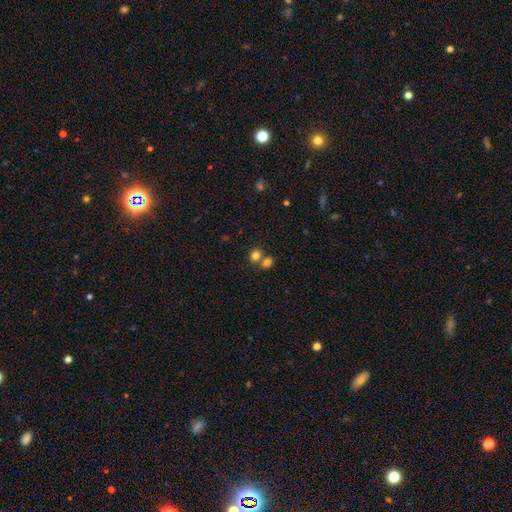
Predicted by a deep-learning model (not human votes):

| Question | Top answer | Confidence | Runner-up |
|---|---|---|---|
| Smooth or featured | smooth | 79% | star or artifact (13%) |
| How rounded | round | 66% | in between (33%) |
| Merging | none | 45% | tied: merger (45%) |